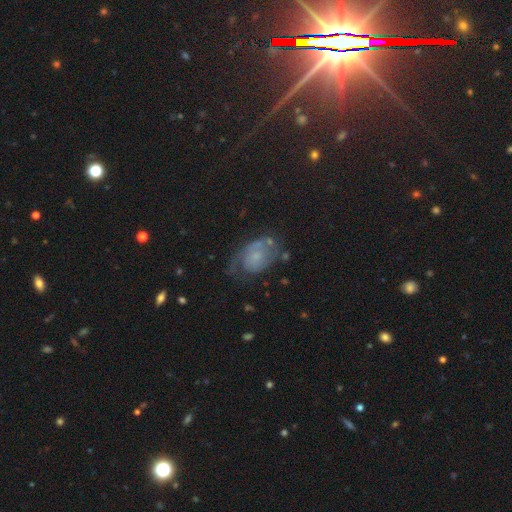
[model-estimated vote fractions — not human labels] The model was most divided on "merging": none: 44%, minor disturbance: 28%, major disturbance: 23%, merger: 4%. More confident: edge-on disk — no (97%); bar — no (79%); spiral arms — yes (71%); bulge size — small (55%); smooth or featured — featured or disk (54%).